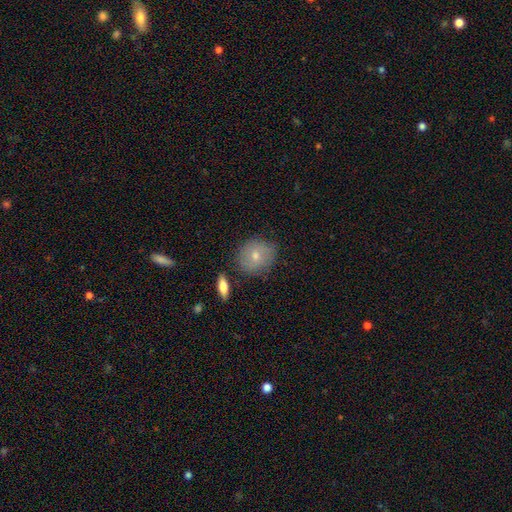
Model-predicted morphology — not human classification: type=smooth (69%); roundness=round (77%); merging=none (77%).